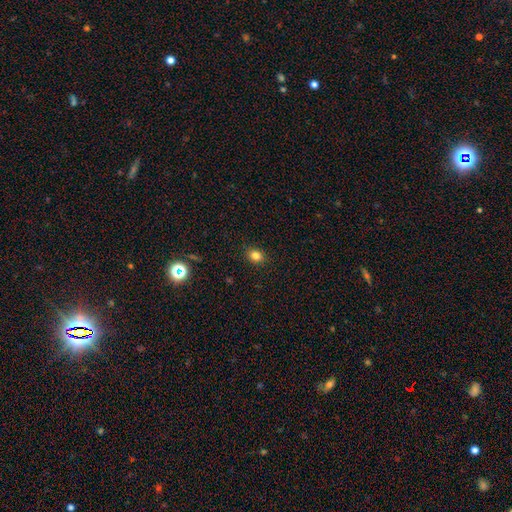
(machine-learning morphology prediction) A smooth galaxy with no disk features (82%) that is round (52%).

Vote fractions:
- Smooth or featured? smooth: 82% / star or artifact: 13% / featured or disk: 6%
- How rounded? round: 52% / in between: 47% / cigar-shaped: 1%
- Merging? none: 89% / minor disturbance: 8% / major disturbance: 2% / merger: 1%